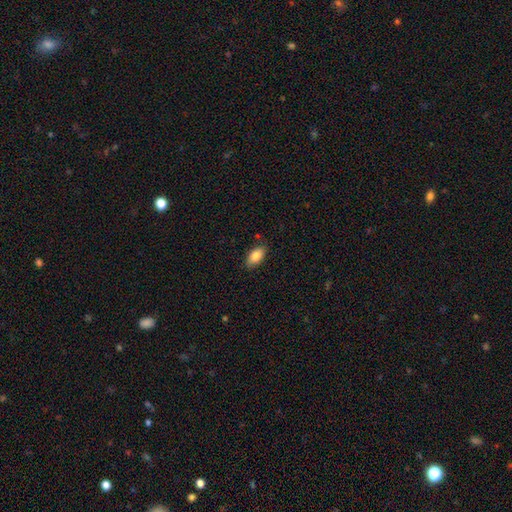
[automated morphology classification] Smooth or featured? Predicted: smooth (p=0.87). How rounded? Predicted: in between (p=0.93). Merging? Predicted: none (p=0.82).